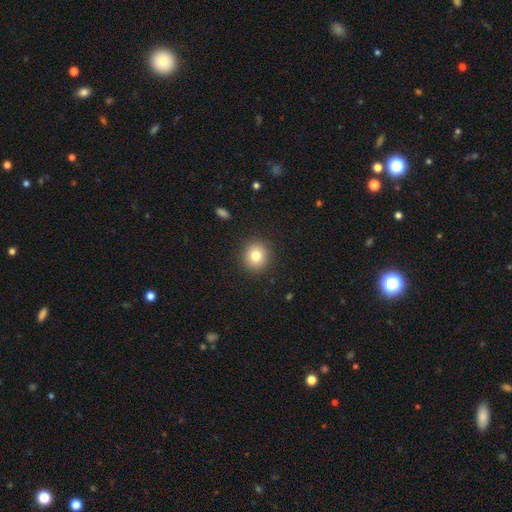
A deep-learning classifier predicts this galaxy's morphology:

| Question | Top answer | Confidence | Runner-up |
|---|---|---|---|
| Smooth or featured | smooth | 80% | star or artifact (11%) |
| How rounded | round | 86% | in between (13%) |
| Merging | none | 91% | minor disturbance (6%) |